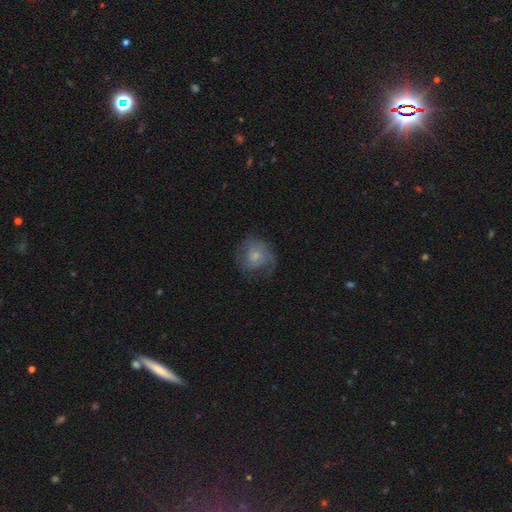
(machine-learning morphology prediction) This appears to be a smooth galaxy with no disk features (49%). Merging: none (55%).